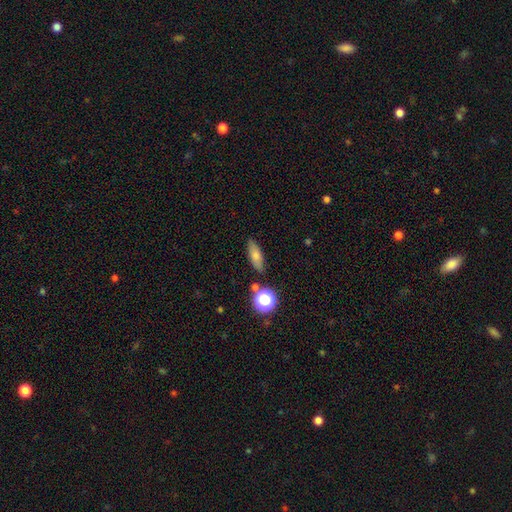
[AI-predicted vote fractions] Overall: smooth (71%). How rounded: in between (56%; cigar-shaped 35%). Merging: none (81%).